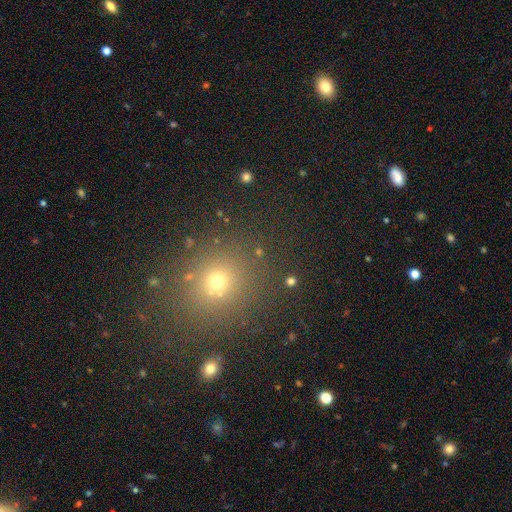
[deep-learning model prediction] Smooth or featured: smooth — 60% (star or artifact — 32%)
How rounded: round — 77% (in between — 21%)
Merging: none — 86% (minor disturbance — 8%)